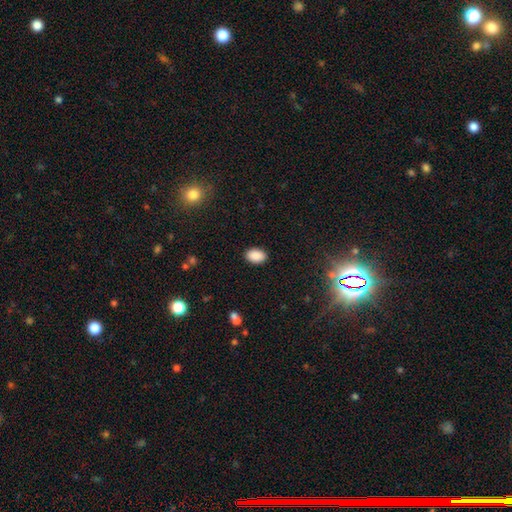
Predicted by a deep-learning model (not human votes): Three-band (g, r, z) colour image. It shows a smooth galaxy with no disk features (89%) that is in between round and cigar-shaped (87%). Merging: none (89%).